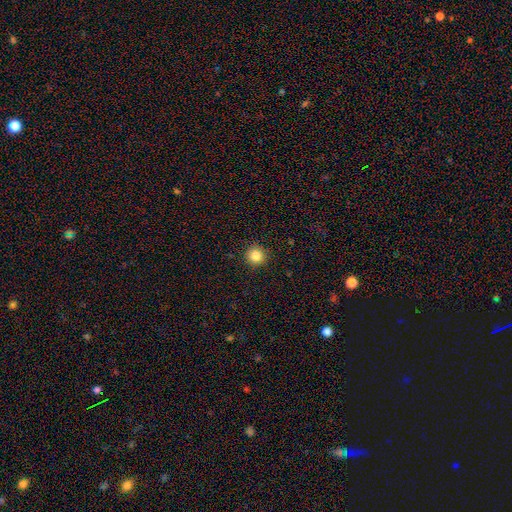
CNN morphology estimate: Smooth or featured: smooth — 84% (star or artifact — 11%)
How rounded: round — 95% (in between — 4%)
Merging: none — 93% (minor disturbance — 5%)